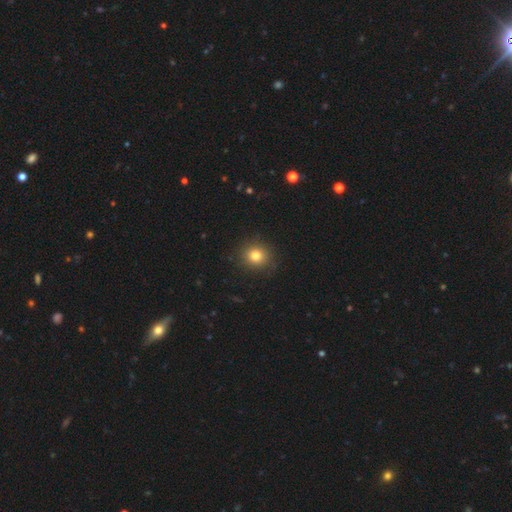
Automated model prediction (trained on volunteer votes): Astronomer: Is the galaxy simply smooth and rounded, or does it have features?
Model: smooth — 80%.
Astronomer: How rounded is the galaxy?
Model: round — 86%.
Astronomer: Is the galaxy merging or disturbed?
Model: none — 89%.